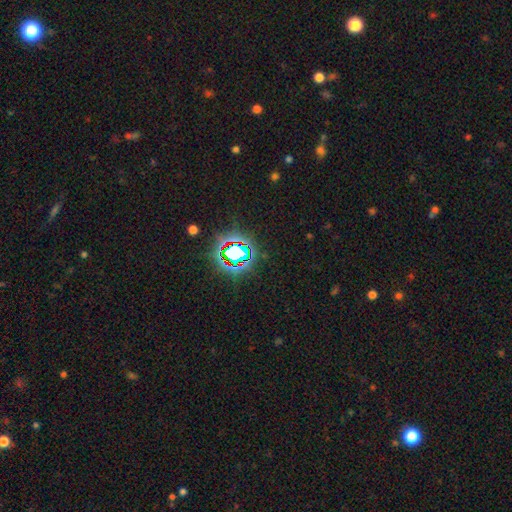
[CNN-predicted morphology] This is likely a star or artifact rather than a galaxy (78%).